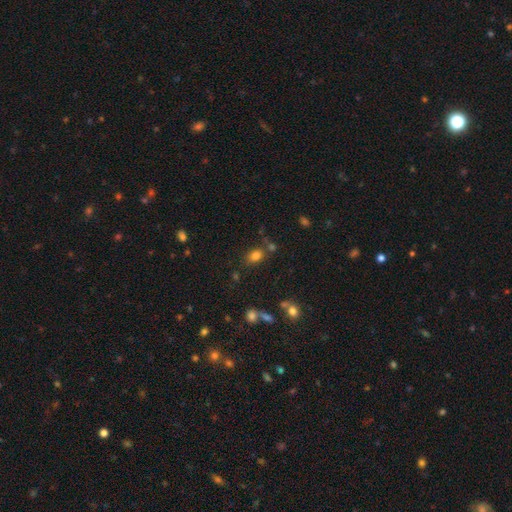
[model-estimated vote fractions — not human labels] Smooth or featured: smooth — 79% (star or artifact — 14%)
How rounded: in between — 71% (round — 27%)
Merging: none — 67% (minor disturbance — 14%)